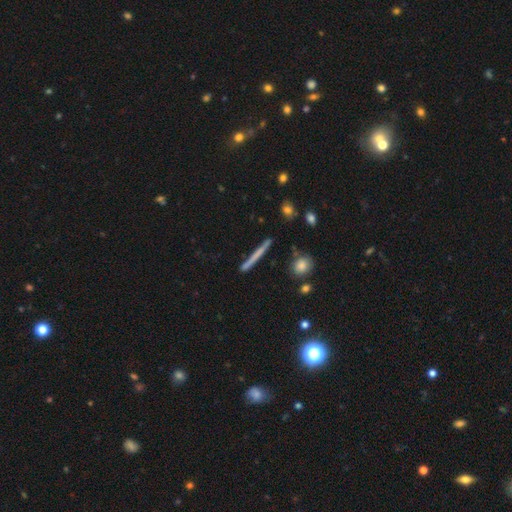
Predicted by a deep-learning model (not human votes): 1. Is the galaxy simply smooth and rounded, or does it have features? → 50% smooth, 43% featured or disk, 7% star or artifact.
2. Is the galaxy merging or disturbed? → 87% none, 9% minor disturbance, 2% merger, 2% major disturbance.